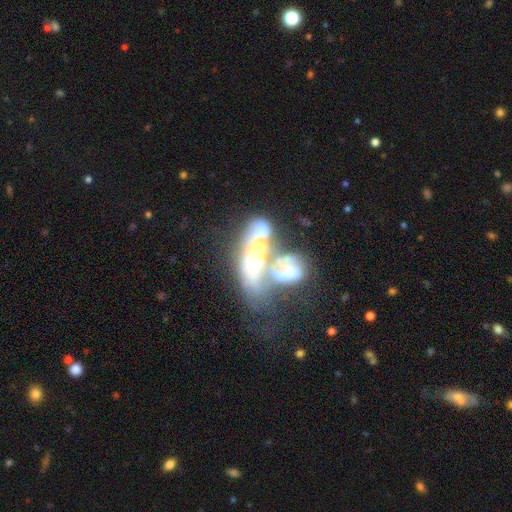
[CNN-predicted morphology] type=featured or disk (64%); edge-on=no (89%); bar=no (80%); spiral arms=no (78%); bulge=moderate (37%); merging=merger (60%).